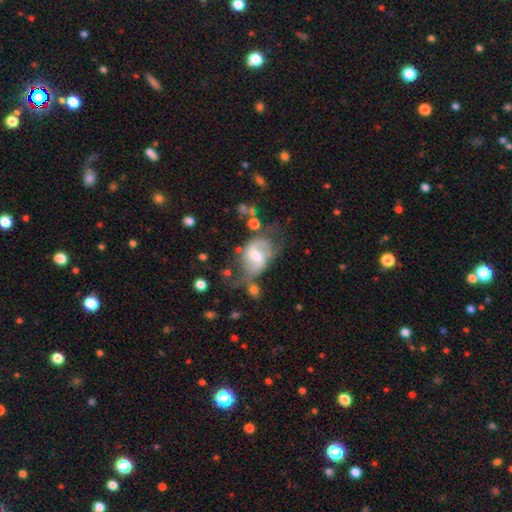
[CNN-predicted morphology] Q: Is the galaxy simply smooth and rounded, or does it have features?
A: featured or disk — 73%.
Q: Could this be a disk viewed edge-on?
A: no — 97%.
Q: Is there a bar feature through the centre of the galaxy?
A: weak — 51%.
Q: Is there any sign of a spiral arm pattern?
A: yes — 86%.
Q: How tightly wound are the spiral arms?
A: loose — 48%.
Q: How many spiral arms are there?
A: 2 — 82%.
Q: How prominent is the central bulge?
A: moderate — 60%.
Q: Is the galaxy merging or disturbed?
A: none — 41%.